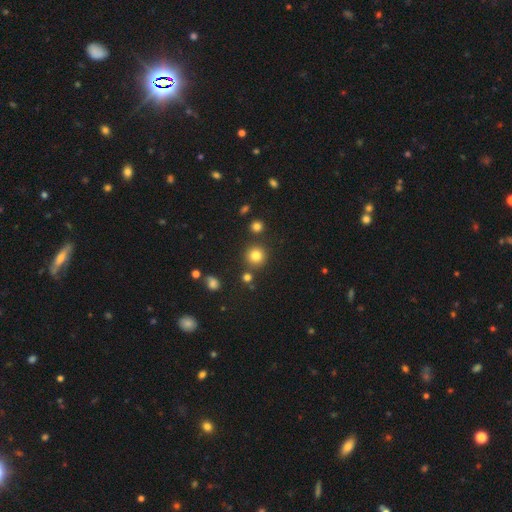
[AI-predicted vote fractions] smooth_or_featured: smooth (p=0.80) [alt: star or artifact p=0.13]
how_rounded: round (p=0.94) [alt: in between p=0.05]
merging: none (p=0.84) [alt: minor disturbance p=0.07]